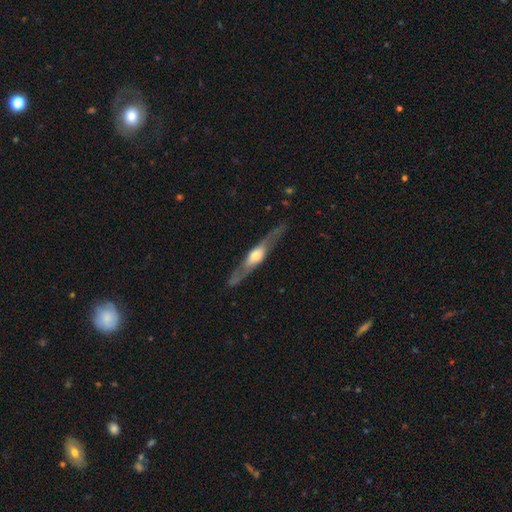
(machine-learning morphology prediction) A featured or disk galaxy (71%) viewed edge-on (87%) with a rounded central bulge (85%).

Vote fractions:
- Smooth or featured? featured or disk: 71% / smooth: 25% / star or artifact: 5%
- Edge-on disk? yes: 87% / no: 13%
- Edge-on bulge? rounded: 85% / boxy: 10% / none: 5%
- Merging? none: 80% / minor disturbance: 13% / major disturbance: 5% / merger: 2%